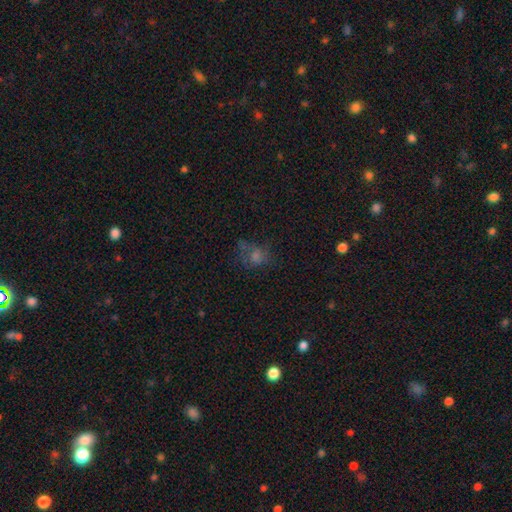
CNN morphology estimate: type=smooth (43%); merging=none (52%).